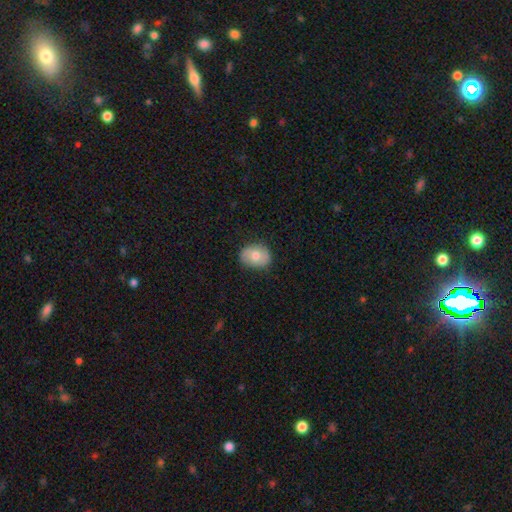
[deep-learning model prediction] This is likely a smooth galaxy (73%). How rounded: possibly in between (59%). Merging: clearly none (83%).